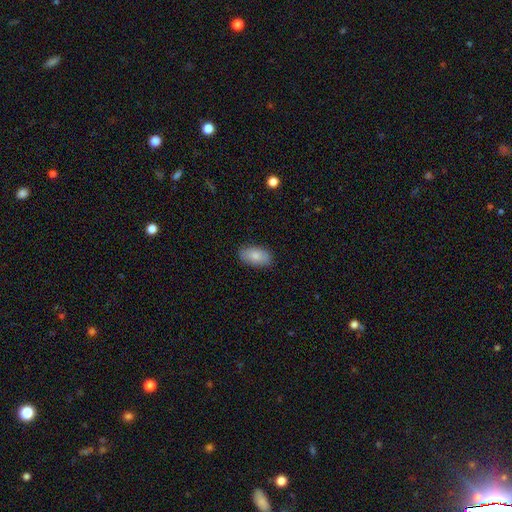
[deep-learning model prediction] smooth-or-featured: smooth: 83% | featured or disk: 11% | star or artifact: 6%
  how-rounded: in between: 94% | round: 4% | cigar-shaped: 2%
  merging: none: 87% | minor disturbance: 10% | major disturbance: 2% | merger: 1%